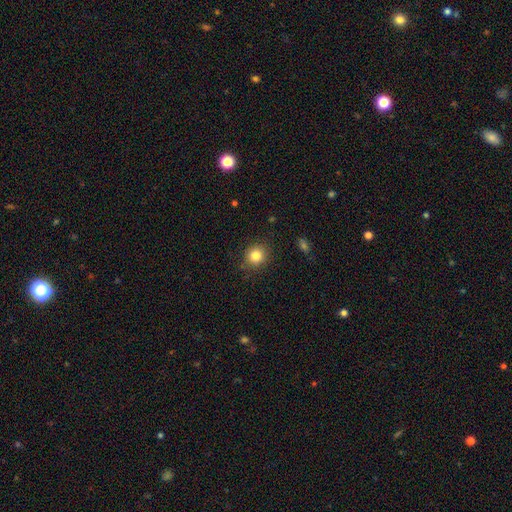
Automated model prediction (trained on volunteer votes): A smooth galaxy with no disk features (83%) that is round (85%). Merging: none (87%).